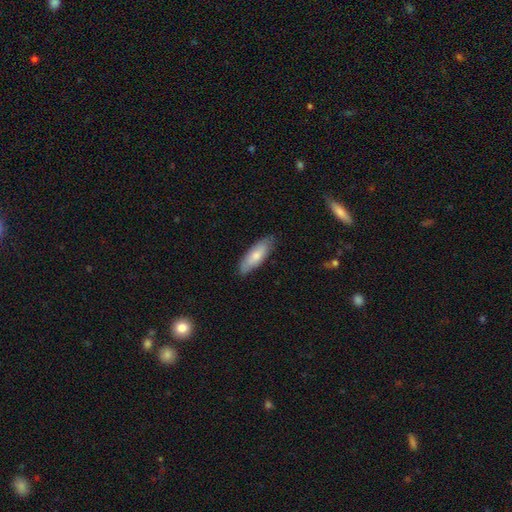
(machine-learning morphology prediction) smooth 76%, featured or disk 19%, star or artifact 5%. Down the decision tree: how rounded — in between (61%); merging — none (82%).